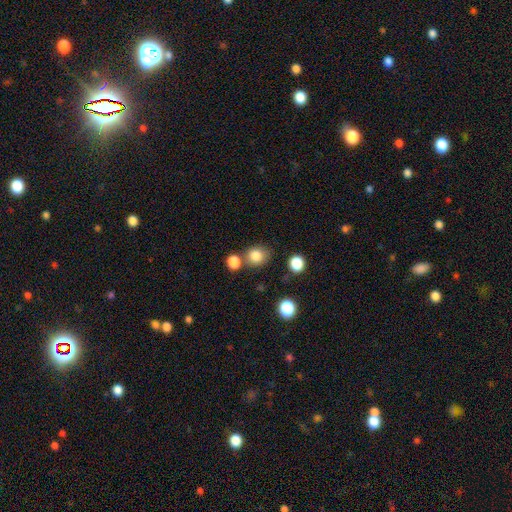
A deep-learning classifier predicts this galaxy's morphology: type=smooth (83%); roundness=round (77%); merging=none (72%).